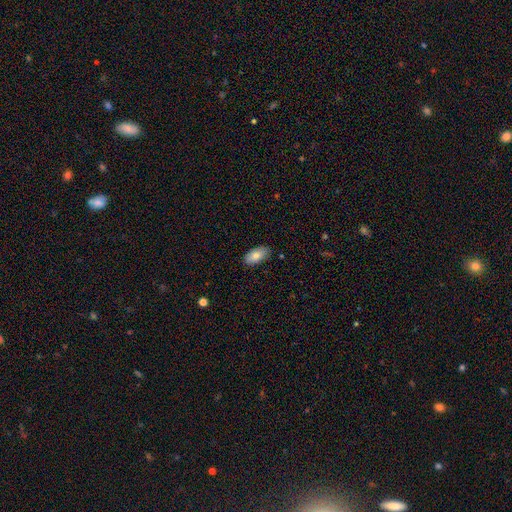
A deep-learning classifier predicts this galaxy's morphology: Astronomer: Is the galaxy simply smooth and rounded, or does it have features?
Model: smooth — 81%.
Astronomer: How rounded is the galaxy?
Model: in between — 93%.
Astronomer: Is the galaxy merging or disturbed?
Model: none — 83%.